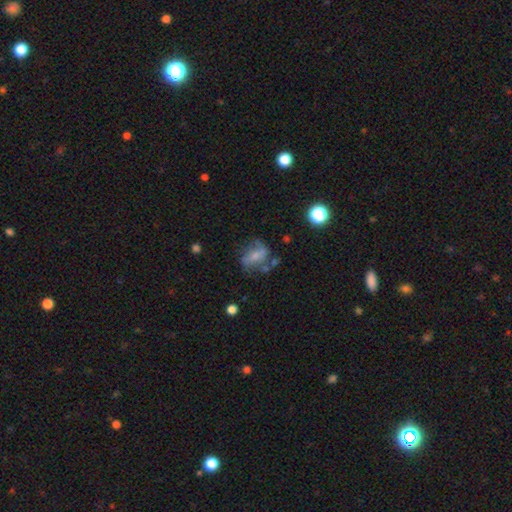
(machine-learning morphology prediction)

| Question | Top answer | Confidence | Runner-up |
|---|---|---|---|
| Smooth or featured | featured or disk | 49% | smooth (39%) |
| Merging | none | 45% | major disturbance (24%) |